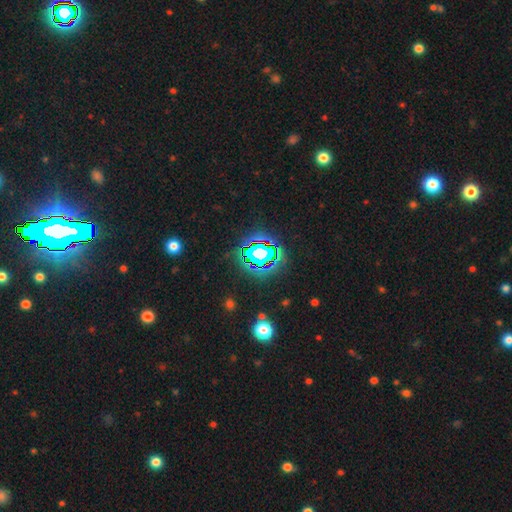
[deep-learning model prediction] Q: Smooth or featured?
A: star or artifact (82%); runner-up: smooth (10%)